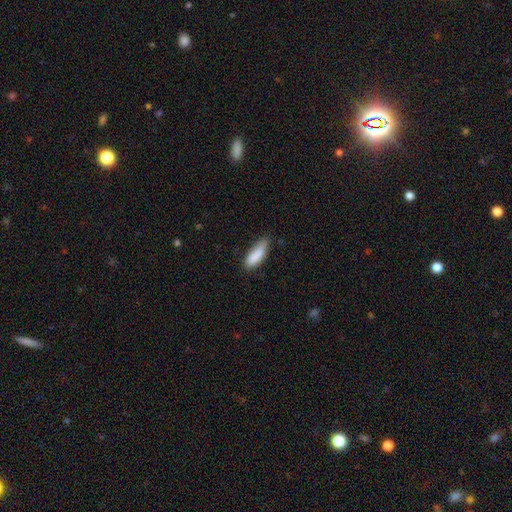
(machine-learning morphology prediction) smooth_or_featured: smooth (p=0.87) [alt: featured or disk p=0.07]
how_rounded: in between (p=0.57) [alt: cigar-shaped p=0.41]
merging: none (p=0.64) [alt: minor disturbance p=0.29]